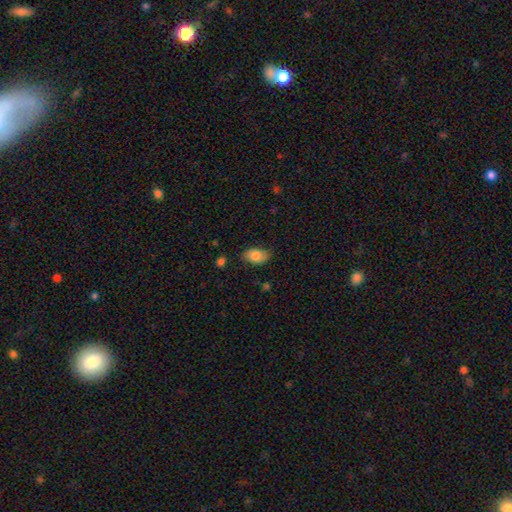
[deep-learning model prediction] Smooth or featured? smooth (79%)
How rounded? in between (89%)
Merging? none (77%)